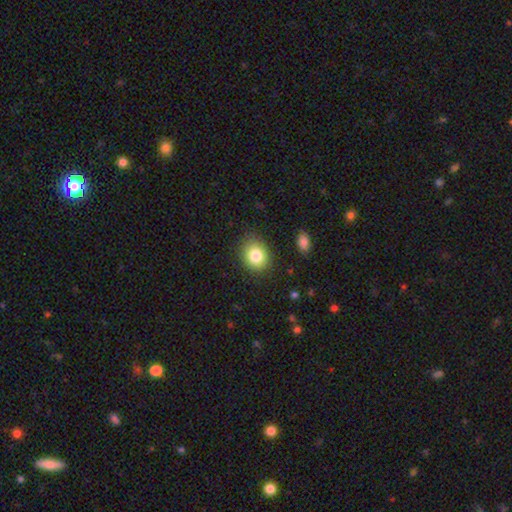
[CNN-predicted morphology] Smooth or featured: smooth — 83% (star or artifact — 9%)
How rounded: round — 58% (in between — 41%)
Merging: none — 84% (minor disturbance — 12%)